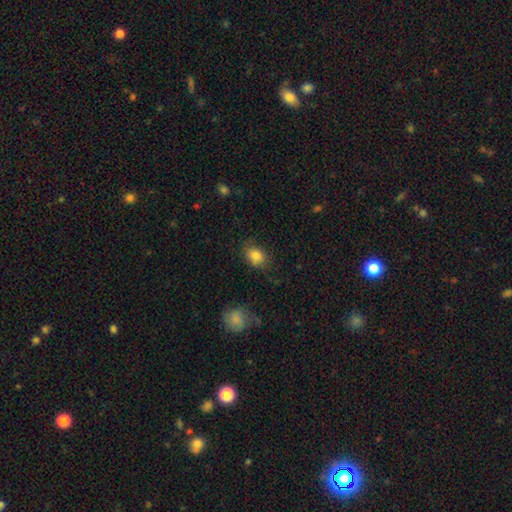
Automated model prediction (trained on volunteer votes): The model was most divided on "how rounded": in between: 61%, round: 38%, cigar-shaped: 1%. More confident: smooth or featured — smooth (83%); merging — none (71%).